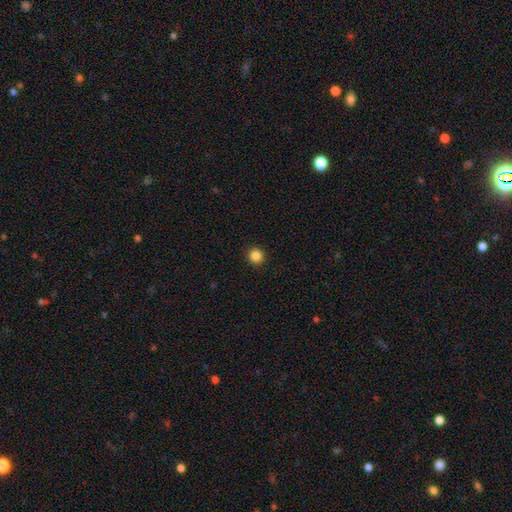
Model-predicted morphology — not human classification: smooth_or_featured: smooth (p=0.86) [alt: star or artifact p=0.11]
how_rounded: round (p=0.95) [alt: in between p=0.04]
merging: none (p=0.93) [alt: minor disturbance p=0.04]